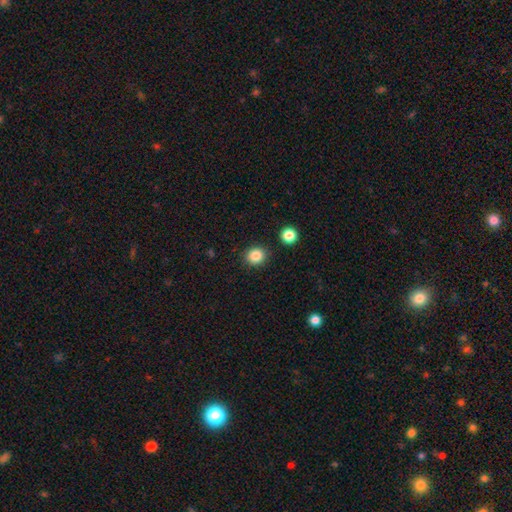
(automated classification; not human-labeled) Q: Smooth or featured?
A: smooth (85%); runner-up: star or artifact (11%)
Q: How rounded?
A: round (83%); runner-up: in between (16%)
Q: Merging?
A: none (89%); runner-up: minor disturbance (7%)